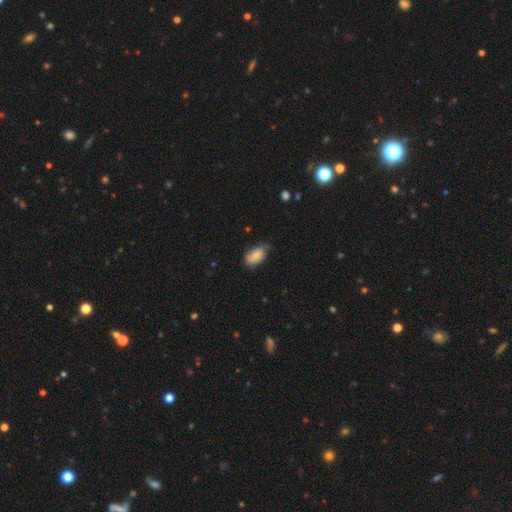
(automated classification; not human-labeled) Overall: smooth (78%). How rounded: in between (92%). Merging: none (55%; minor disturbance 36%).